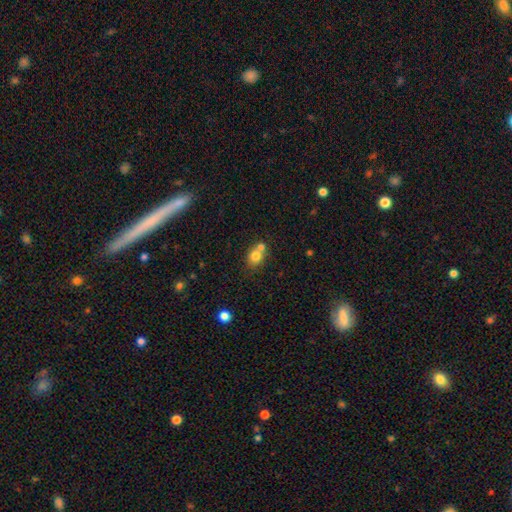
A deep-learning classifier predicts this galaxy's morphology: Q: Smooth or featured?
A: smooth (78%); runner-up: star or artifact (11%)
Q: How rounded?
A: round (66%); runner-up: in between (33%)
Q: Merging?
A: none (45%); runner-up: merger (42%)